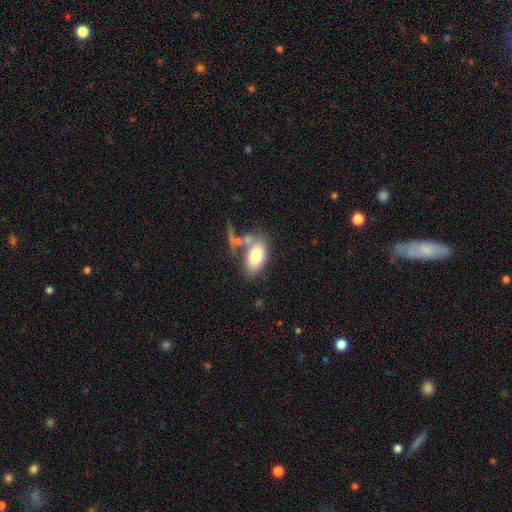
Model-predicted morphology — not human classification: smooth_or_featured: smooth (p=0.74) [alt: featured or disk p=0.19]
how_rounded: in between (p=0.91) [alt: round p=0.07]
merging: none (p=0.47) [alt: merger p=0.27]